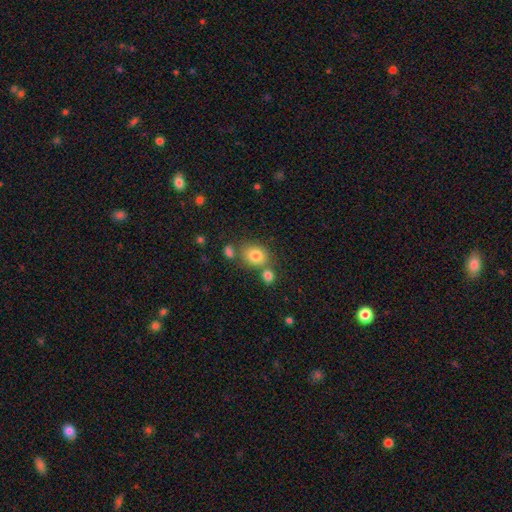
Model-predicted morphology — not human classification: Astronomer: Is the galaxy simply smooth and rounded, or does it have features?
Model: smooth — 80%.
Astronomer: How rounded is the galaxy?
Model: round — 55% (runner-up: in between, 44%).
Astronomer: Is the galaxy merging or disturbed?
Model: none — 61%.